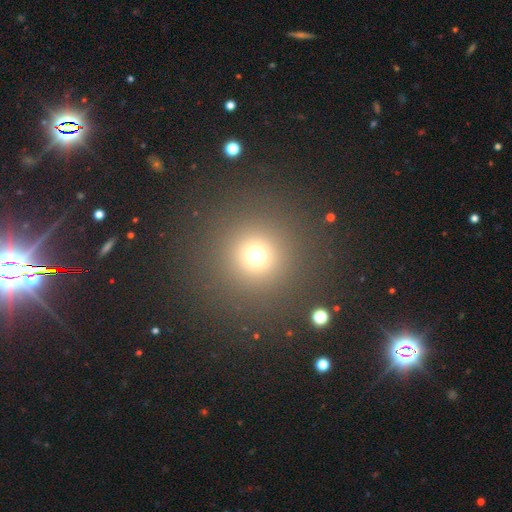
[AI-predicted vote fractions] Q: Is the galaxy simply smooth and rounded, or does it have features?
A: smooth — 70%.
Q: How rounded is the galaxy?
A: round — 95%.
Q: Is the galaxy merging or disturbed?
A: none — 87%.